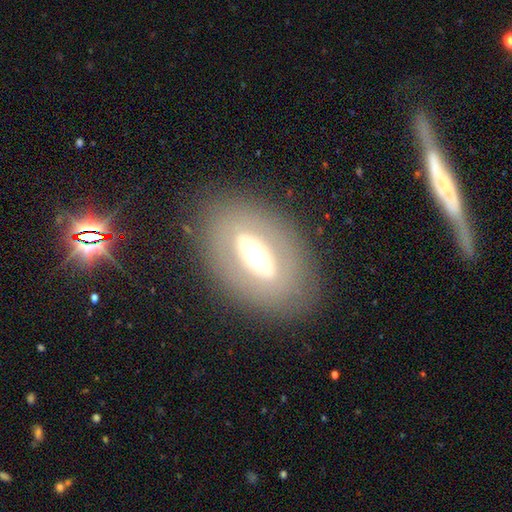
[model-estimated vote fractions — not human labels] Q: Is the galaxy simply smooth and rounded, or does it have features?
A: featured or disk — 53%.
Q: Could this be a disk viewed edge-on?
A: no — 84%.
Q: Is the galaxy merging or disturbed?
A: none — 81%.